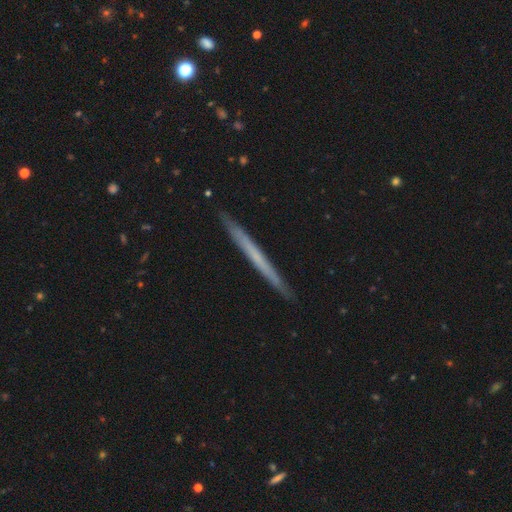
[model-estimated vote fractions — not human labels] Smooth or featured: featured or disk — 50% (smooth — 44%)
Edge-on disk: yes — 96% (no — 4%)
Merging: none — 91% (minor disturbance — 7%)